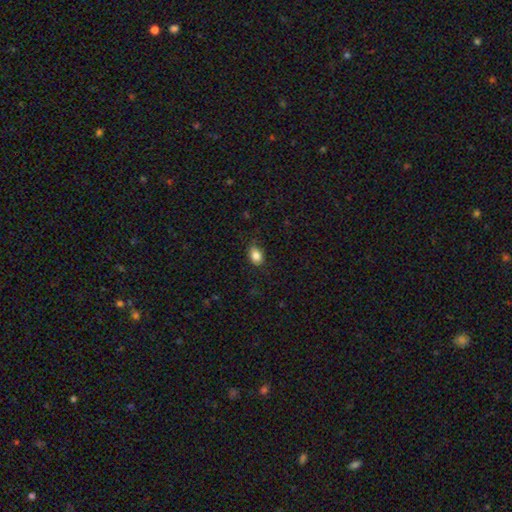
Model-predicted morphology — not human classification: smooth_or_featured: smooth (p=0.85) [alt: star or artifact p=0.10]
how_rounded: in between (p=0.66) [alt: round p=0.32]
merging: none (p=0.77) [alt: minor disturbance p=0.19]